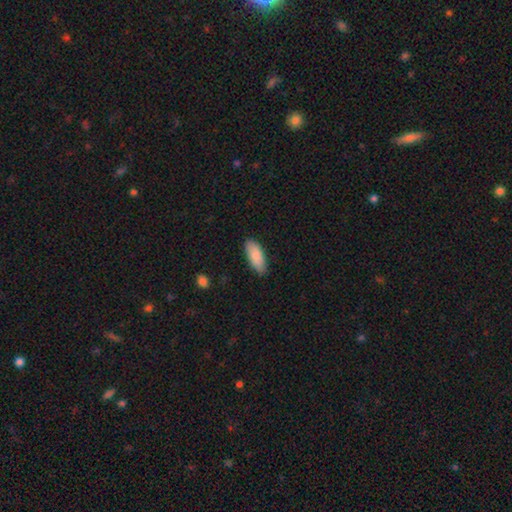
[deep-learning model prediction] A smooth galaxy with no disk features (85%) that is in between round and cigar-shaped (82%). Merging: none (85%).